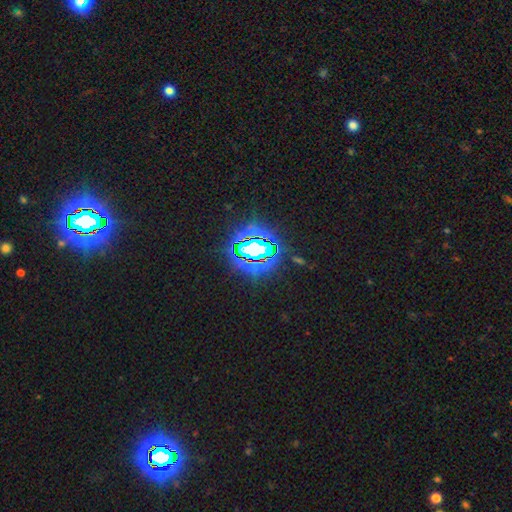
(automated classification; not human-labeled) This is clearly a star or artifact rather than a galaxy (85%).